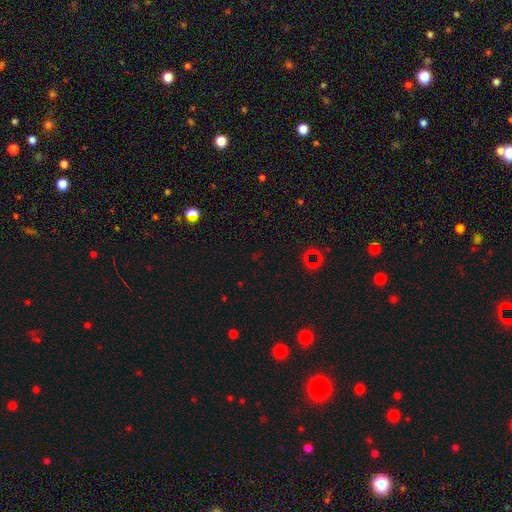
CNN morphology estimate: Smooth or featured? Predicted: star or artifact (p=0.70).